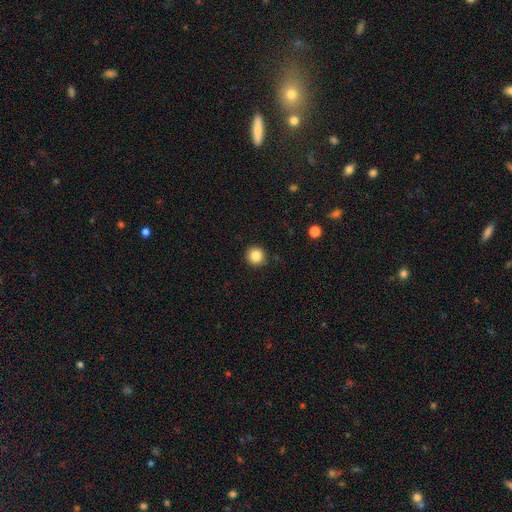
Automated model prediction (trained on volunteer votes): Q: Smooth or featured?
A: smooth (85%); runner-up: star or artifact (10%)
Q: How rounded?
A: round (95%); runner-up: in between (4%)
Q: Merging?
A: none (91%); runner-up: minor disturbance (6%)